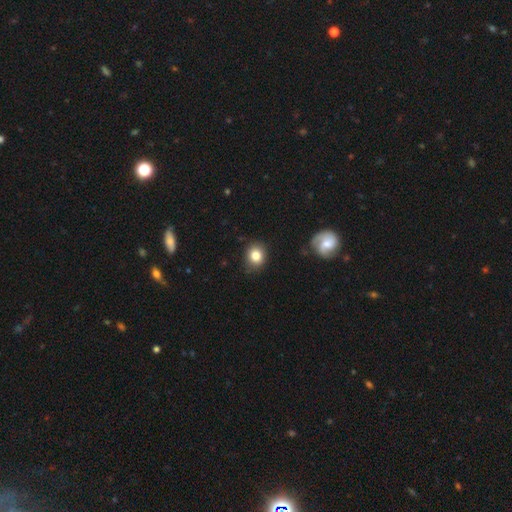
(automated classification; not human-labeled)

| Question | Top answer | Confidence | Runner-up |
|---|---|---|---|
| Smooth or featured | smooth | 82% | star or artifact (9%) |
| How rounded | round | 71% | in between (28%) |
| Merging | none | 80% | minor disturbance (15%) |